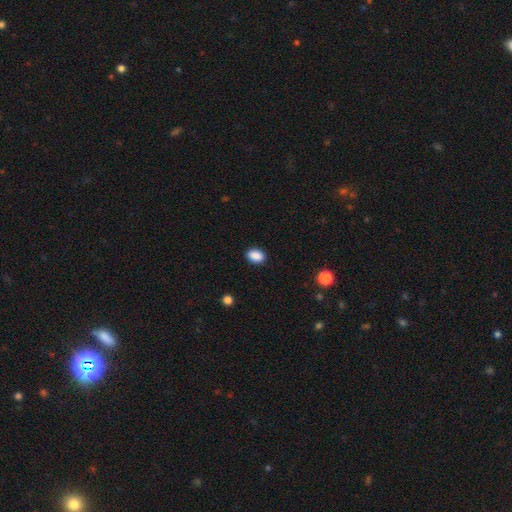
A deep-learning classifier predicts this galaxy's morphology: The model was most divided on "how rounded": in between: 78%, round: 20%, cigar-shaped: 1%. More confident: merging — none (89%); smooth or featured — smooth (89%).